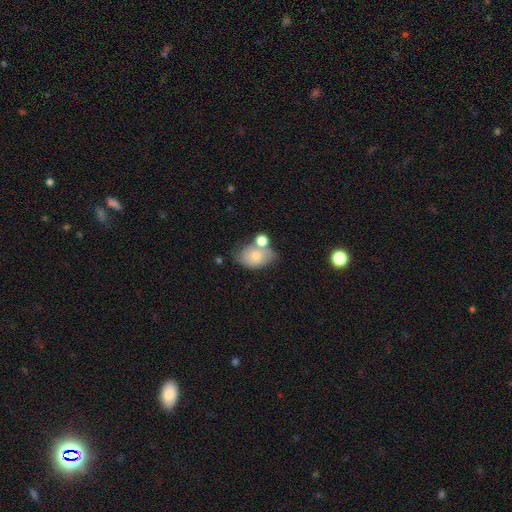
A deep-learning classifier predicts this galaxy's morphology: smooth 63%, featured or disk 28%, star or artifact 9%. Down the decision tree: how rounded — in between (75%); merging — none (40%).